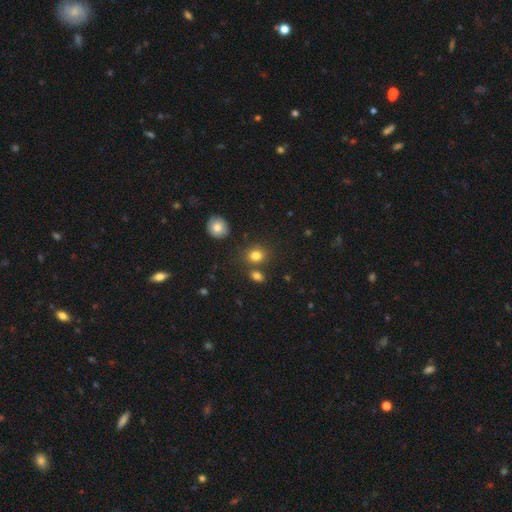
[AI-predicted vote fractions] Smooth or featured?
  - smooth: 81% *
  - star or artifact: 12%
  - featured or disk: 7%
How rounded?
  - round: 63% *
  - in between: 35%
  - cigar-shaped: 1%
Merging?
  - none: 72% *
  - merger: 14%
  - minor disturbance: 11%
  - major disturbance: 4%